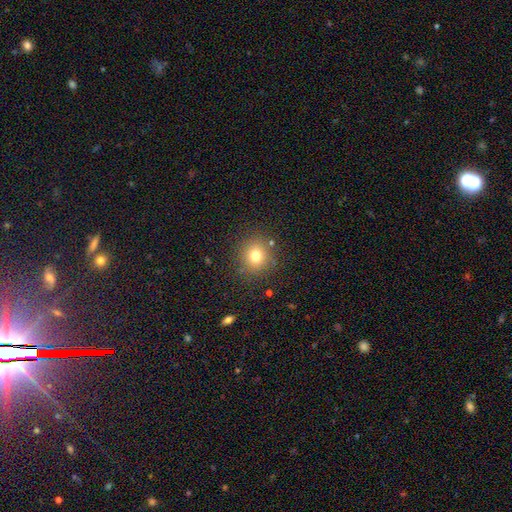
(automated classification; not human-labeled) A smooth galaxy with no disk features (76%) that is round (89%).

Vote fractions:
- Smooth or featured? smooth: 76% / star or artifact: 15% / featured or disk: 9%
- How rounded? round: 89% / in between: 10% / cigar-shaped: 1%
- Merging? none: 86% / minor disturbance: 9% / major disturbance: 3% / merger: 2%